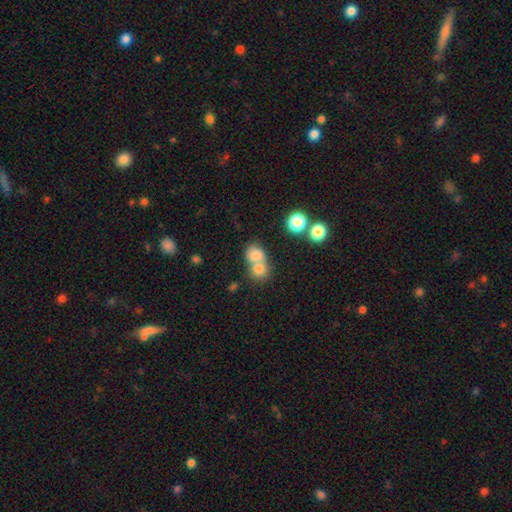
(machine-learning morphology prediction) smooth-or-featured: smooth: 75% | featured or disk: 13% | star or artifact: 11%
  how-rounded: round: 65% | in between: 34% | cigar-shaped: 1%
  merging: merger: 63% | none: 28% | minor disturbance: 6% | major disturbance: 3%